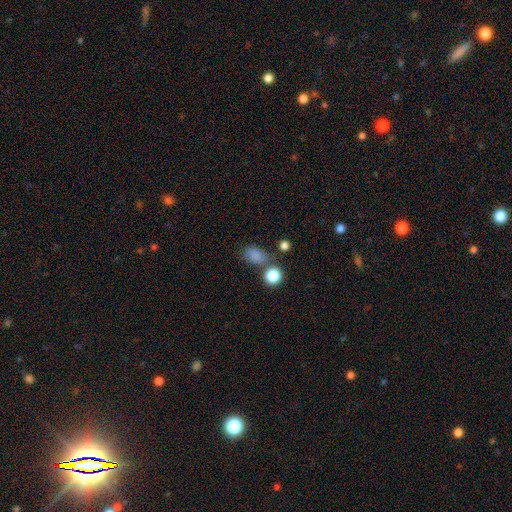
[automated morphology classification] smooth 80%, star or artifact 14%, featured or disk 6%. Down the decision tree: how rounded — in between (73%); merging — none (61%).